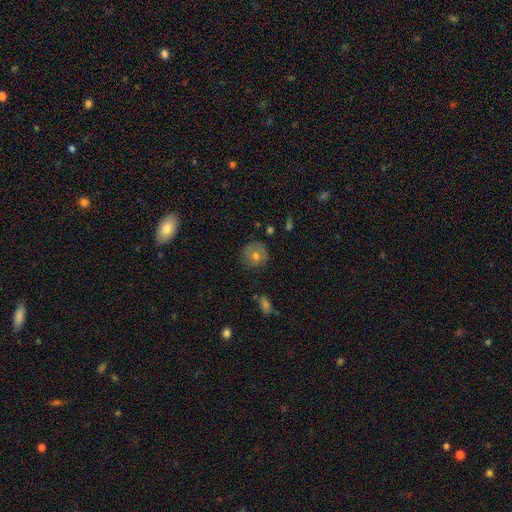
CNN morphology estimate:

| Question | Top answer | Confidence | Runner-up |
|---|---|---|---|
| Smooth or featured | smooth | 63% | featured or disk (26%) |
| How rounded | round | 91% | in between (8%) |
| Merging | none | 81% | minor disturbance (14%) |